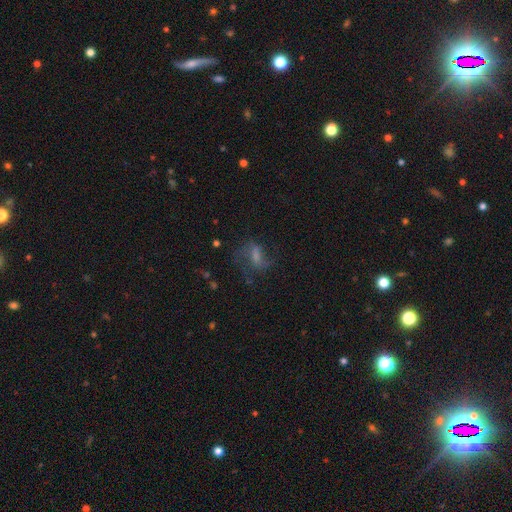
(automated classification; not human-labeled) Morphology: type=featured or disk (52%); edge-on=no (95%); merging=none (48%).